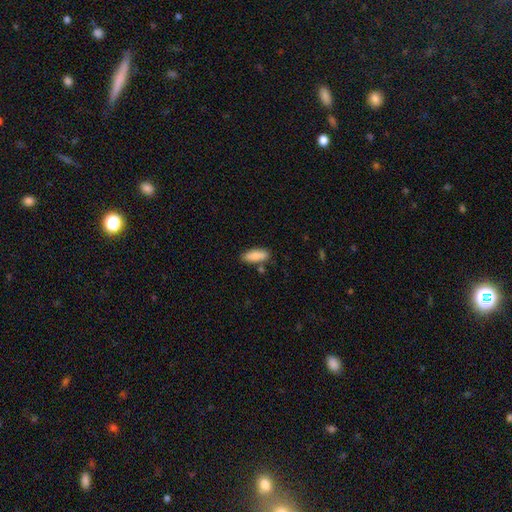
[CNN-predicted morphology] Smooth or featured: smooth — 87% (featured or disk — 7%)
How rounded: in between — 74% (cigar-shaped — 24%)
Merging: none — 78% (minor disturbance — 13%)